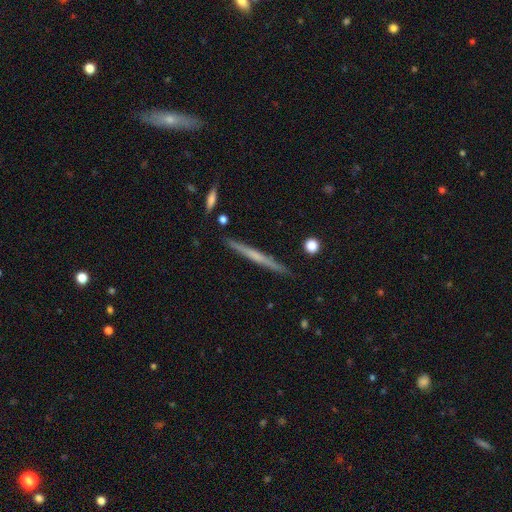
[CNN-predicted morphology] Smooth or featured?
  - featured or disk: 55% *
  - smooth: 39%
  - star or artifact: 6%
Edge-on disk?
  - yes: 97% *
  - no: 3%
Edge-on bulge?
  - none: 69% *
  - rounded: 24%
  - boxy: 7%
Merging?
  - none: 90% *
  - minor disturbance: 7%
  - merger: 2%
  - major disturbance: 1%